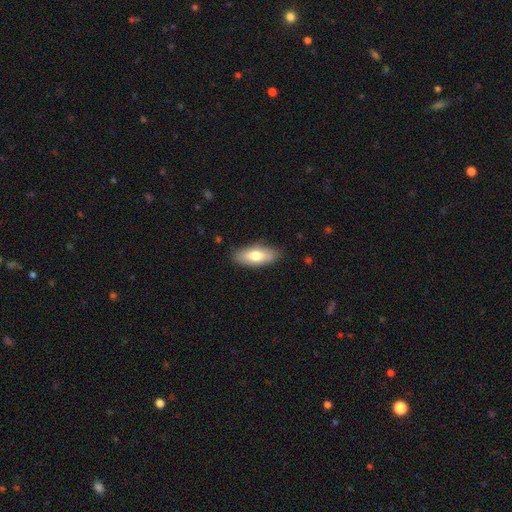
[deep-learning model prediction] A smooth galaxy with no disk features (72%) that is in between round and cigar-shaped (82%).

Vote fractions:
- Smooth or featured? smooth: 72% / featured or disk: 22% / star or artifact: 6%
- How rounded? in between: 82% / cigar-shaped: 16% / round: 3%
- Merging? none: 83% / minor disturbance: 14% / major disturbance: 3% / merger: 1%